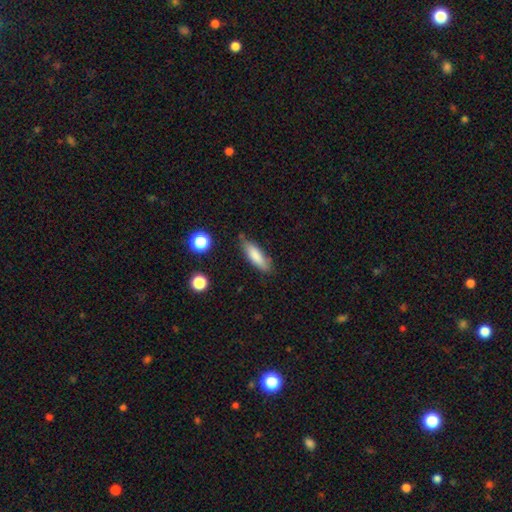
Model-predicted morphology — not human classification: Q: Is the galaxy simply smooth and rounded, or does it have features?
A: smooth — 82%.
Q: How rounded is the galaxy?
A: cigar-shaped — 51%.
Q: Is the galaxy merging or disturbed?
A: none — 75%.